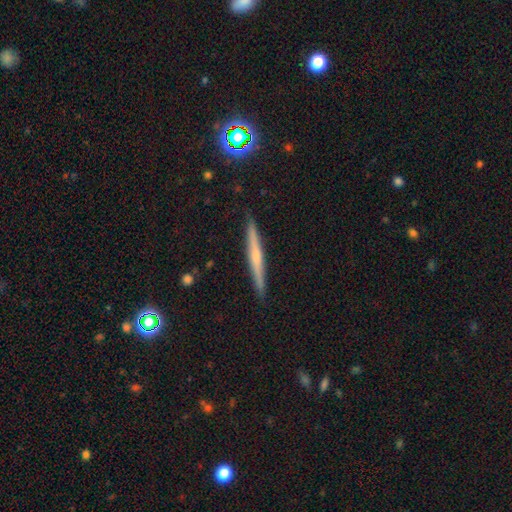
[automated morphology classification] A featured or disk galaxy (60%) viewed edge-on (97%) with a rounded central bulge (55%).

Vote fractions:
- Smooth or featured? featured or disk: 60% / smooth: 32% / star or artifact: 8%
- Edge-on disk? yes: 97% / no: 3%
- Edge-on bulge? rounded: 55% / none: 39% / boxy: 6%
- Merging? none: 91% / minor disturbance: 6% / major disturbance: 1% / merger: 1%